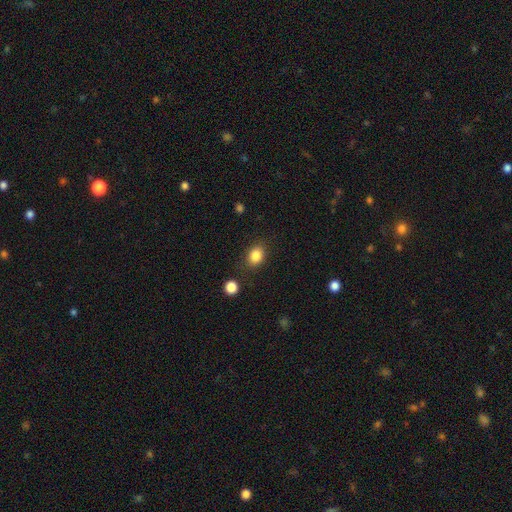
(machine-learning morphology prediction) This appears to be a smooth galaxy with no disk features (85%) that is in between round and cigar-shaped (58%). Merging: none (82%).